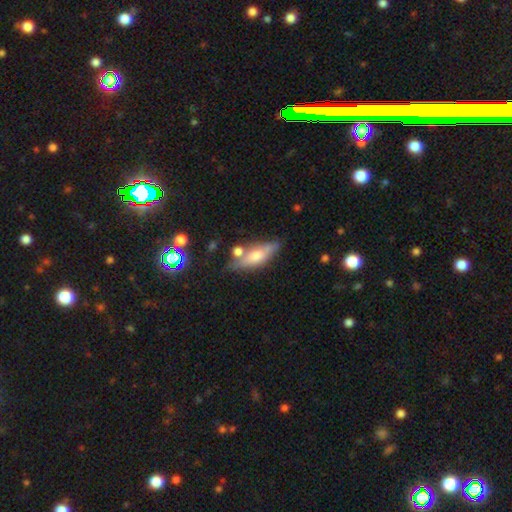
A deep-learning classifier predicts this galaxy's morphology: Q: Smooth or featured?
A: smooth (52%); runner-up: featured or disk (40%)
Q: How rounded?
A: in between (58%); runner-up: cigar-shaped (39%)
Q: Merging?
A: none (62%); runner-up: minor disturbance (20%)